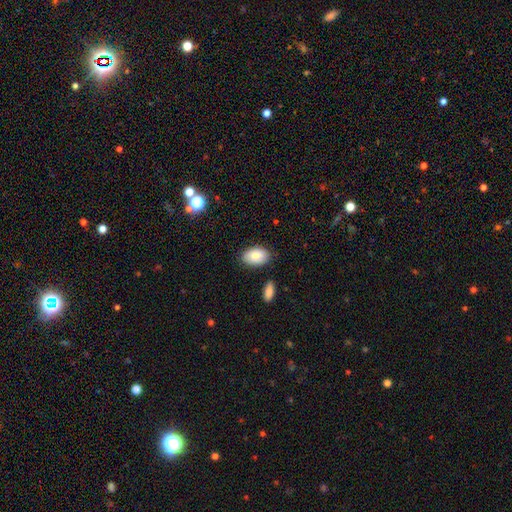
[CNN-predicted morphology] Smooth or featured? Predicted: smooth (p=0.85). How rounded? Predicted: in between (p=0.92). Merging? Predicted: none (p=0.82).